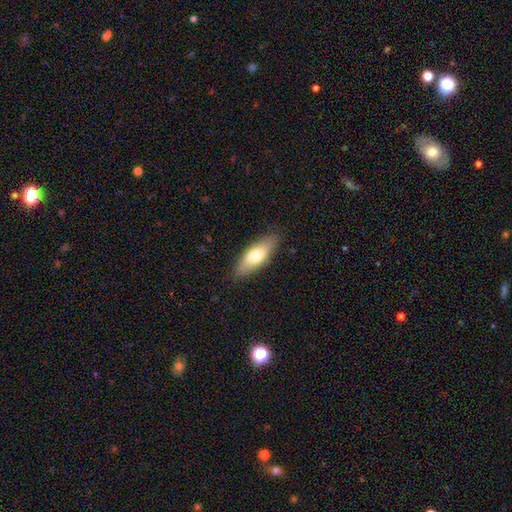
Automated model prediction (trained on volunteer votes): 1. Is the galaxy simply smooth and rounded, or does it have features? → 68% smooth, 26% featured or disk, 6% star or artifact.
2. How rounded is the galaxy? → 65% in between, 33% cigar-shaped, 2% round.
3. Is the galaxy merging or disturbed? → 86% none, 11% minor disturbance, 2% major disturbance, 1% merger.